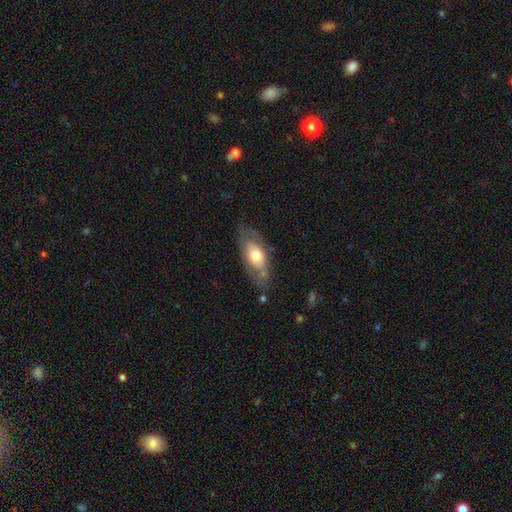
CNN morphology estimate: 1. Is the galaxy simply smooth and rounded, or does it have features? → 53% smooth, 41% featured or disk, 6% star or artifact.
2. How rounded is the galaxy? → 85% in between, 11% cigar-shaped, 4% round.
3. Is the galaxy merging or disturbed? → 67% none, 21% minor disturbance, 8% major disturbance, 4% merger.